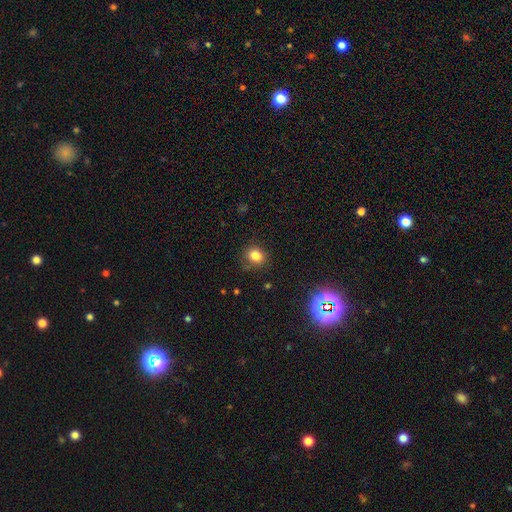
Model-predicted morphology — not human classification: type=smooth (80%); roundness=round (70%); merging=none (80%).